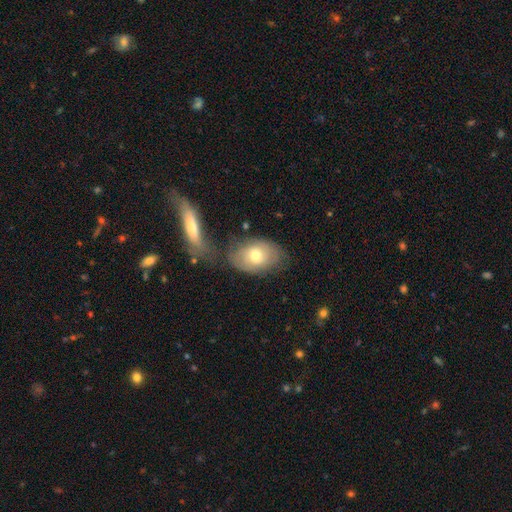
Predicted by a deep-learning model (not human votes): This appears to be a smooth galaxy with no disk features (60%) that is in between round and cigar-shaped (83%). Merging: none (59%).